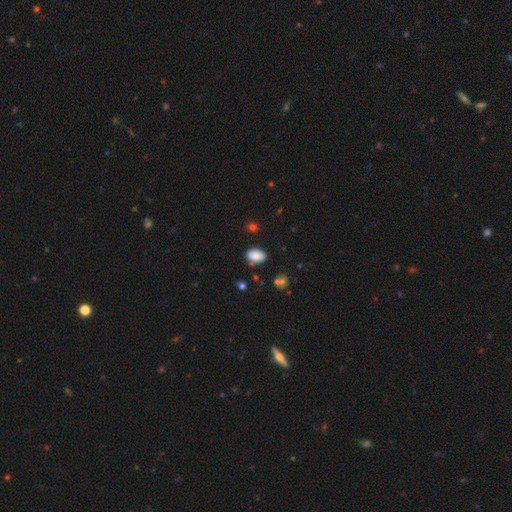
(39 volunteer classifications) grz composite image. It shows a smooth galaxy with no disk features (87%) that is in between round and cigar-shaped (94%). Merging: none (78%).